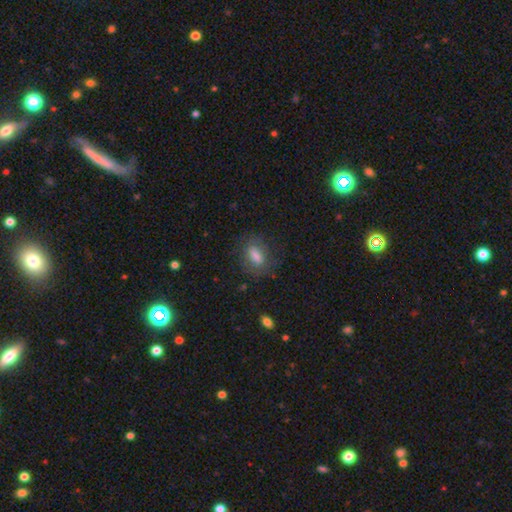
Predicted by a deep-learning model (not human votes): Overall: smooth (70%). How rounded: in between (73%). Merging: none (74%).